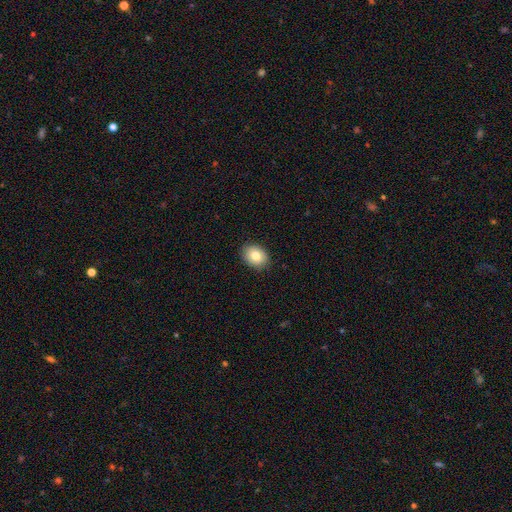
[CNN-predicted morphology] smooth-or-featured: smooth: 81% | featured or disk: 10% | star or artifact: 8%
  how-rounded: in between: 59% | round: 41% | cigar-shaped: 1%
  merging: none: 89% | minor disturbance: 9% | major disturbance: 2% | merger: 1%